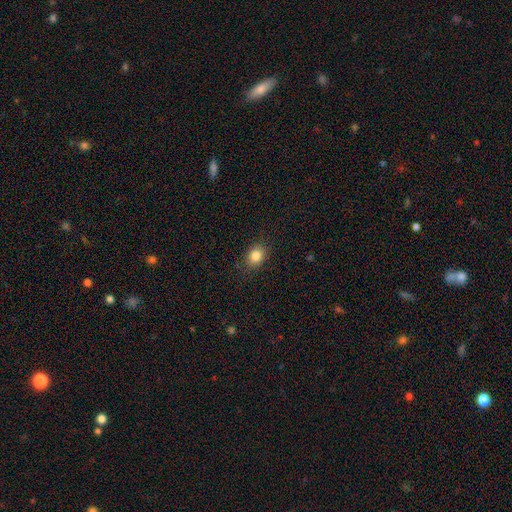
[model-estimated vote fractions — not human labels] smooth_or_featured: smooth (p=0.84) [alt: star or artifact p=0.10]
how_rounded: in between (p=0.56) [alt: round p=0.42]
merging: none (p=0.83) [alt: minor disturbance p=0.12]